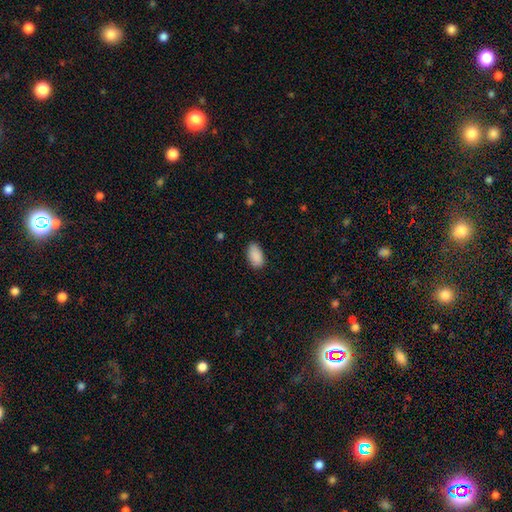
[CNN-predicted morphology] This is clearly a smooth galaxy (90%). How rounded: clearly in between (94%). Merging: clearly none (84%).